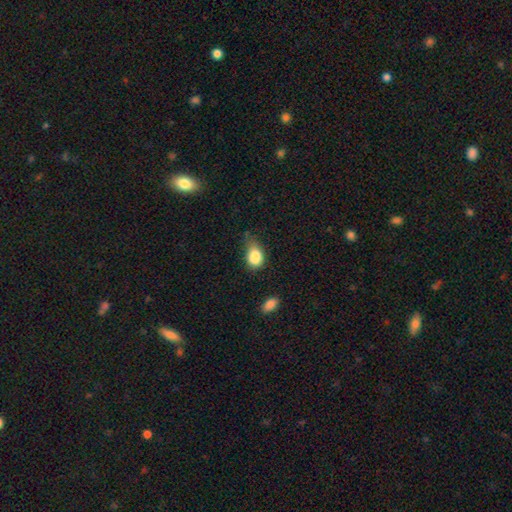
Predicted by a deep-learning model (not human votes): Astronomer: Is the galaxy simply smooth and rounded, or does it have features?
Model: smooth — 86%.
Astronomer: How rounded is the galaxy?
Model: in between — 74%.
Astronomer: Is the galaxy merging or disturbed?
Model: minor disturbance — 45% (runner-up: none, 35%).